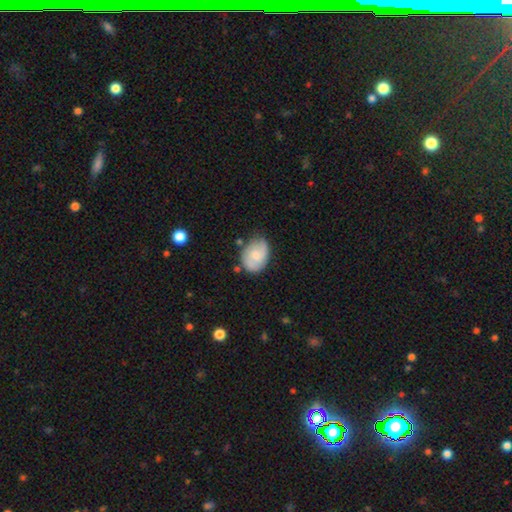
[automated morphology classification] This is possibly a smooth galaxy (55%). How rounded: likely in between (70%). Merging: likely none (64%).